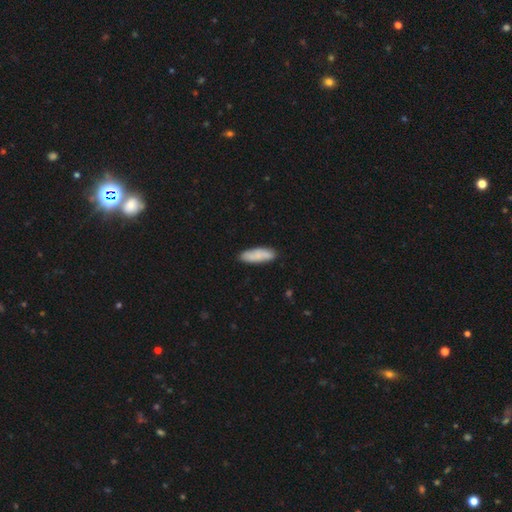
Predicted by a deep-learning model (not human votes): Overall: smooth (80%). How rounded: in between (56%; cigar-shaped 42%). Merging: none (83%).